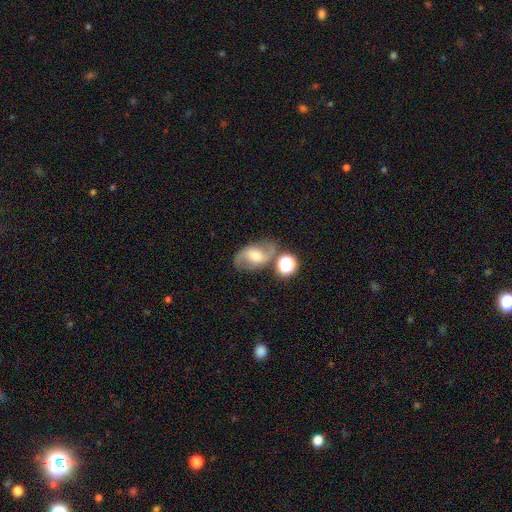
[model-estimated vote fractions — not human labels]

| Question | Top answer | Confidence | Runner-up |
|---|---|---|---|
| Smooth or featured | featured or disk | 67% | smooth (22%) |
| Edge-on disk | no | 96% | yes (4%) |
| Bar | weak | 46% | no (36%) |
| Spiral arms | yes | 90% | no (10%) |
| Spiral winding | loose | 44% | tied: medium (44%) |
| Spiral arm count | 2 | 90% | can't tell (4%) |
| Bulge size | moderate | 52% | small (26%) |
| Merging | none | 66% | minor disturbance (16%) |